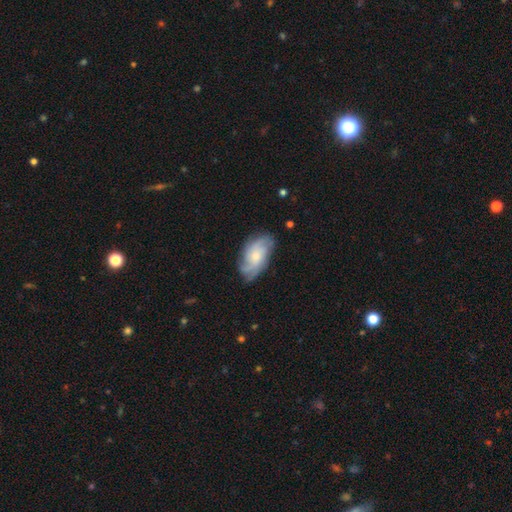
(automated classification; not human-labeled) This is likely a featured or disk galaxy (68%). It is clearly not viewed edge-on (95%). Bar: likely no (74%). Spiral arm pattern: clearly yes (92%). Spiral arm count: marginally can't tell (30%). Spiral winding: marginally medium (42%). Central bulge: possibly small (50%). Merging: likely none (74%).